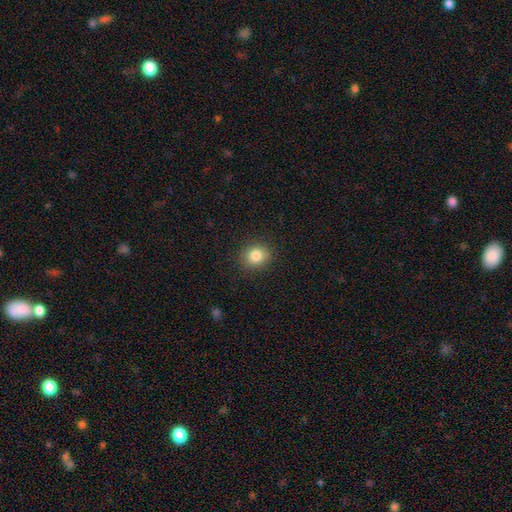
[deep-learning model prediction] A smooth galaxy with no disk features (83%) that is round (75%). Merging: none (89%).